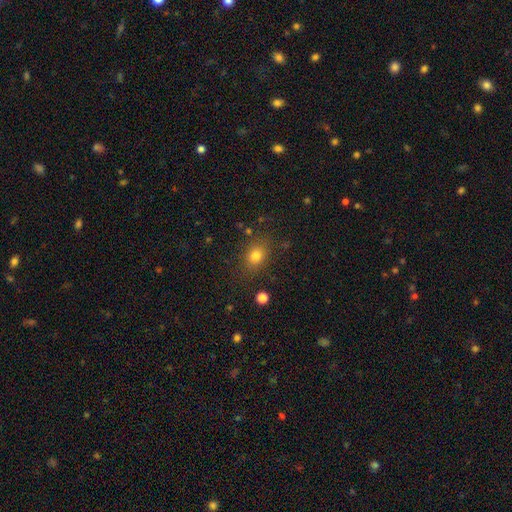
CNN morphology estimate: Overall: smooth (79%). How rounded: in between (58%; round 40%). Merging: none (80%).